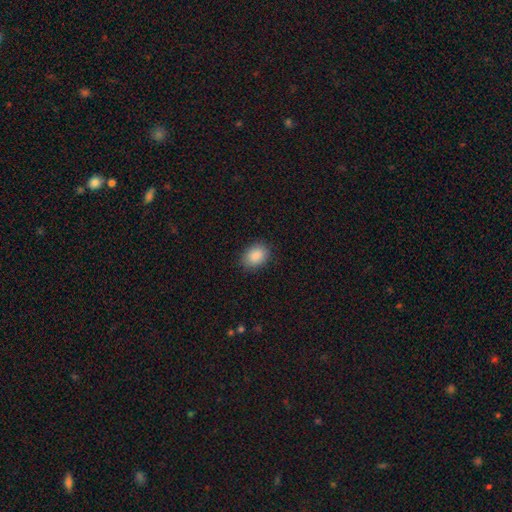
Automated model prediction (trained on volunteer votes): This is clearly a smooth galaxy (89%). How rounded: likely in between (73%). Merging: clearly none (87%).